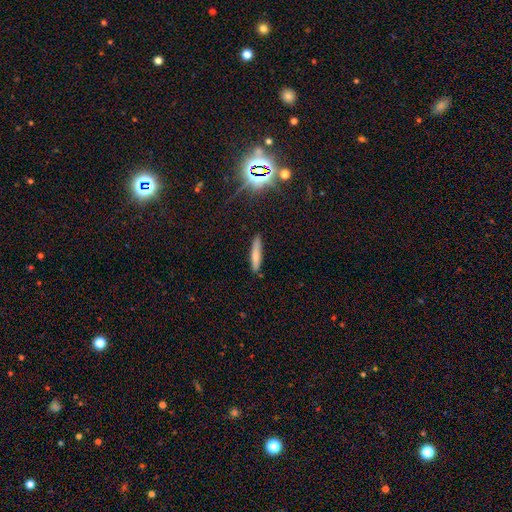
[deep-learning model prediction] Overall: smooth (75%). How rounded: cigar-shaped (89%). Merging: none (86%).